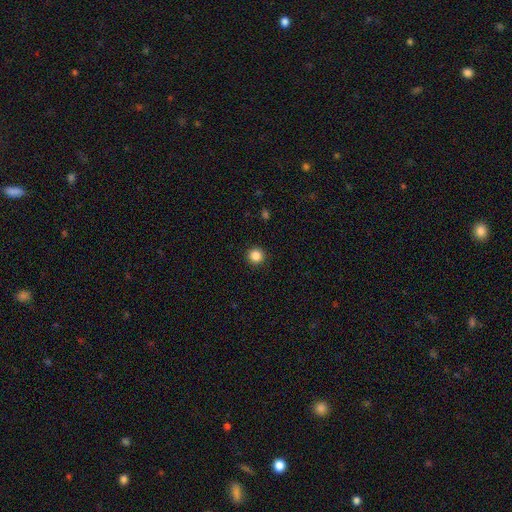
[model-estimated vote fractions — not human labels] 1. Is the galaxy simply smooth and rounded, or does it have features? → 85% smooth, 11% star or artifact, 3% featured or disk.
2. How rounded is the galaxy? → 95% round, 4% in between, 1% cigar-shaped.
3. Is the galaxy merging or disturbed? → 93% none, 4% minor disturbance, 2% major disturbance, 1% merger.